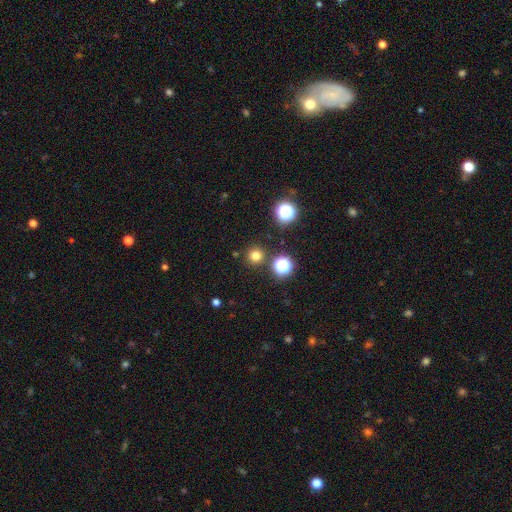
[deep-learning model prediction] This is likely a smooth galaxy (74%). How rounded: clearly round (95%). Merging: clearly none (87%).